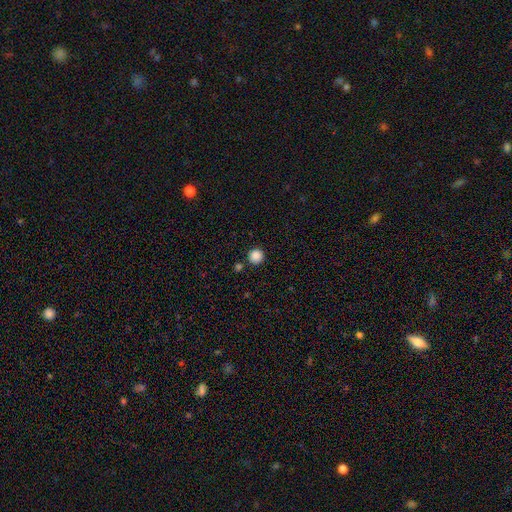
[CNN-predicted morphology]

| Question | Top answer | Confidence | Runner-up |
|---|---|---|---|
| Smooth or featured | smooth | 86% | star or artifact (11%) |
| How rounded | round | 95% | in between (4%) |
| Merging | none | 87% | minor disturbance (6%) |